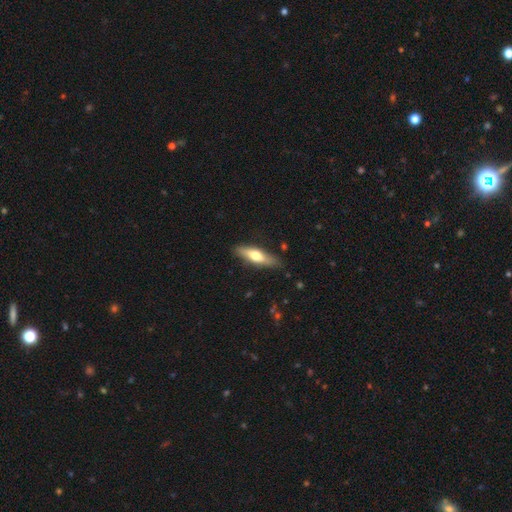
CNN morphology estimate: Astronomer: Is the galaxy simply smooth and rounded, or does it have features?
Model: smooth — 53% (runner-up: featured or disk, 41%).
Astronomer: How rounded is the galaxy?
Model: cigar-shaped — 63%.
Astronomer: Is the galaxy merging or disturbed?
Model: none — 85%.